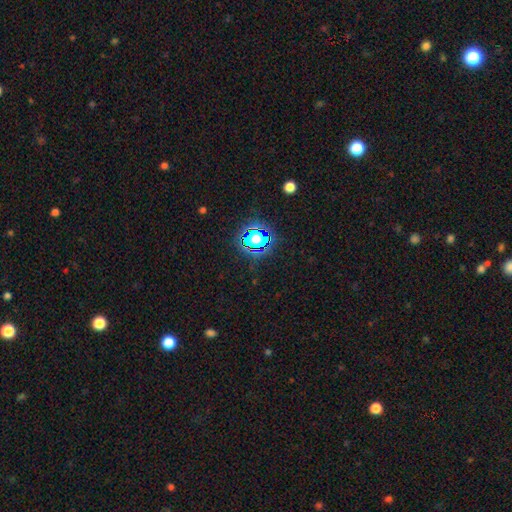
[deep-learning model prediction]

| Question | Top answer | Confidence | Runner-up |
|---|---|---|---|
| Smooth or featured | star or artifact | 80% | smooth (13%) |